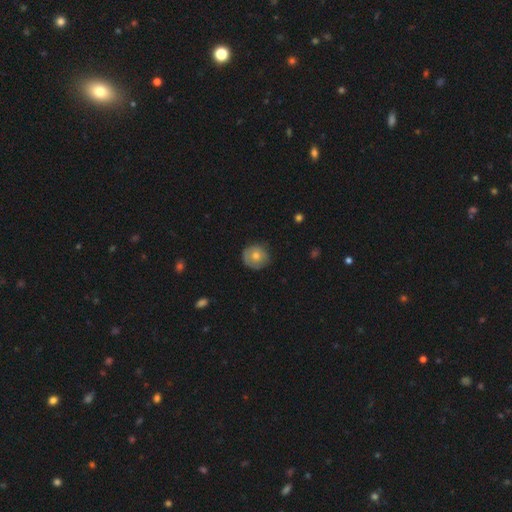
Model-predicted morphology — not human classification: Q: Smooth or featured?
A: smooth (64%); runner-up: featured or disk (29%)
Q: How rounded?
A: round (88%); runner-up: in between (11%)
Q: Merging?
A: none (76%); runner-up: minor disturbance (19%)